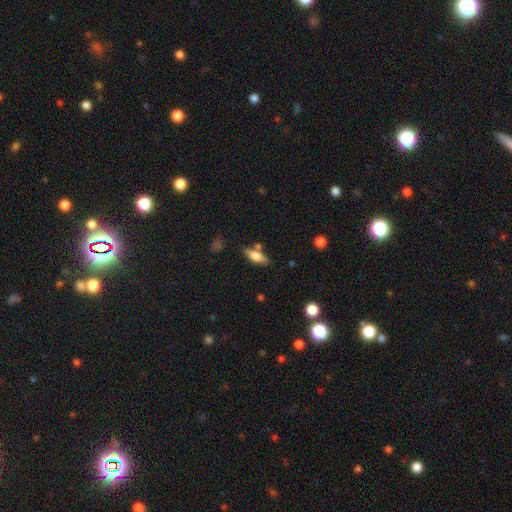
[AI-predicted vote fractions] This is likely a smooth galaxy (69%). How rounded: possibly in between (59%). Merging: likely none (70%).